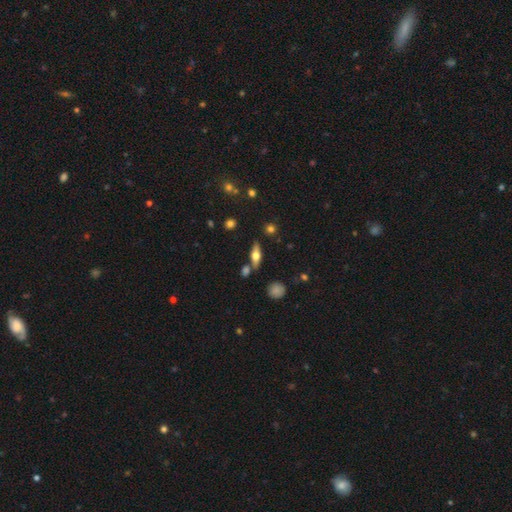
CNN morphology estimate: This is possibly a featured or disk galaxy (54%). It is clearly viewed edge-on (92%). Merging: likely none (77%).